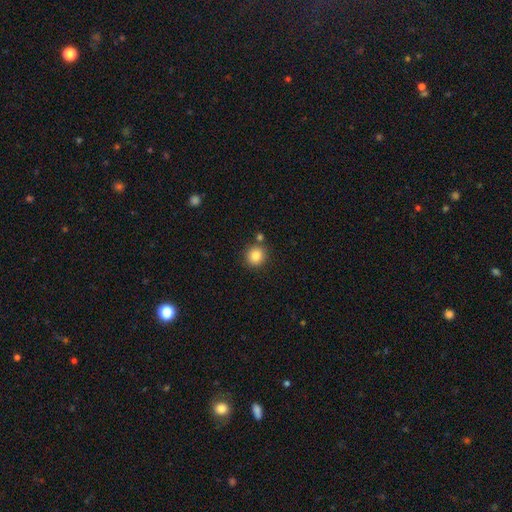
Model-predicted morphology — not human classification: Smooth or featured: smooth — 83% (star or artifact — 11%)
How rounded: round — 92% (in between — 8%)
Merging: none — 82% (merger — 8%)